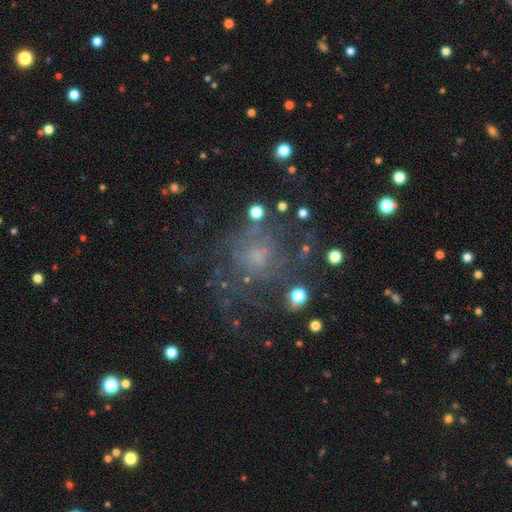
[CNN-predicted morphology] Smooth or featured? Predicted: featured or disk (p=0.57). Edge-on disk? Predicted: no (p=0.97). Bar? Predicted: no (p=0.77). Spiral arms? Predicted: yes (p=0.71). Bulge size? Predicted: small (p=0.51). Merging? Predicted: none (p=0.63).